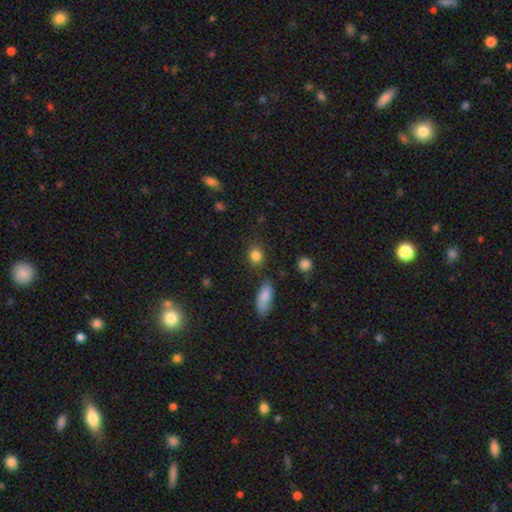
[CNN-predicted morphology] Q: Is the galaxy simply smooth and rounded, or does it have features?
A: smooth — 84%.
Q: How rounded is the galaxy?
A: round — 71%.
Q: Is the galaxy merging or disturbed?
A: none — 81%.